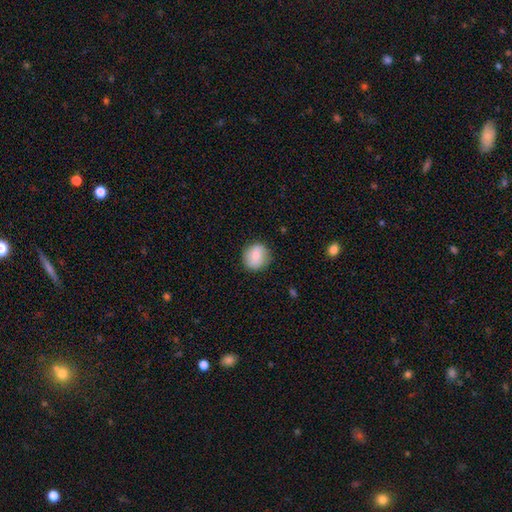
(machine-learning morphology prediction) This is likely a smooth galaxy (78%). How rounded: clearly round (90%). Merging: clearly none (85%).